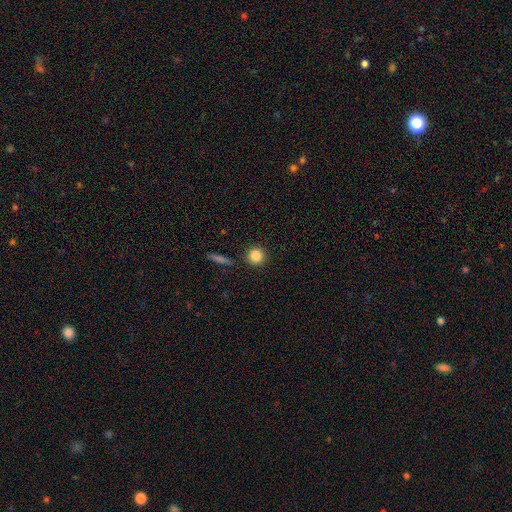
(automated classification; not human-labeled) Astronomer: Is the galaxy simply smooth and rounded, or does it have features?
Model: smooth — 86%.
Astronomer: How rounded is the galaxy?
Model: round — 93%.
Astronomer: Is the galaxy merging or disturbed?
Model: none — 90%.